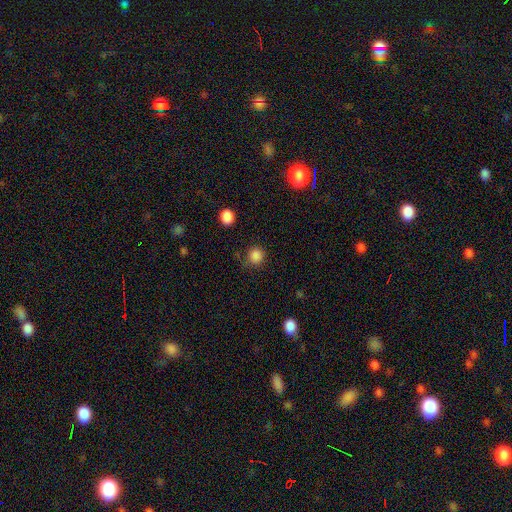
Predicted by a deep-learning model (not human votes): Overall: smooth (85%). How rounded: round (89%). Merging: none (77%).